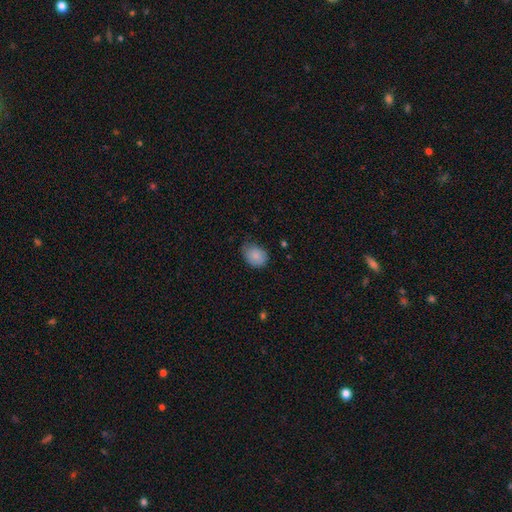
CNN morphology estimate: The model was most divided on "how rounded": in between: 59%, round: 40%, cigar-shaped: 1%. More confident: smooth or featured — smooth (86%); merging — none (64%).